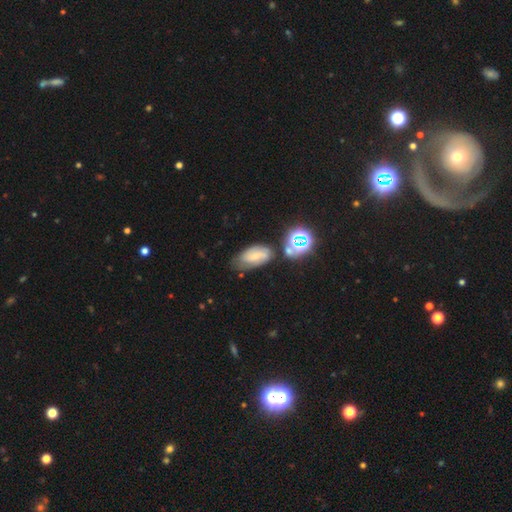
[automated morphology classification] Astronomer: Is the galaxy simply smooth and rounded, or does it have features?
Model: featured or disk — 42% (runner-up: smooth, 40%).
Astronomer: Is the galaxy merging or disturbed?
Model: none — 57%.